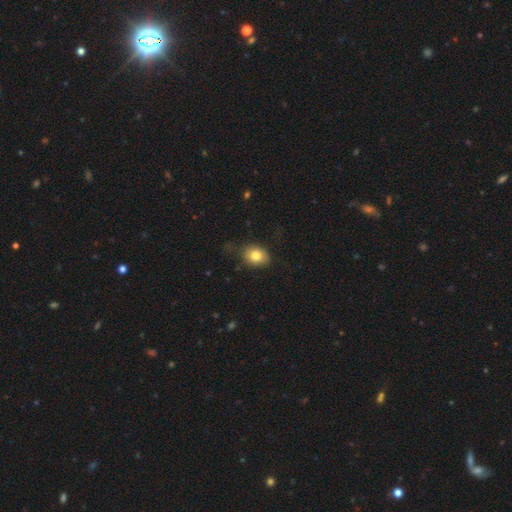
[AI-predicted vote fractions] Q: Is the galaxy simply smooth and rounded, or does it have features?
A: smooth — 79%.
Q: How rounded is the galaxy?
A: in between — 59%.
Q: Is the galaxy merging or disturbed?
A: none — 69%.